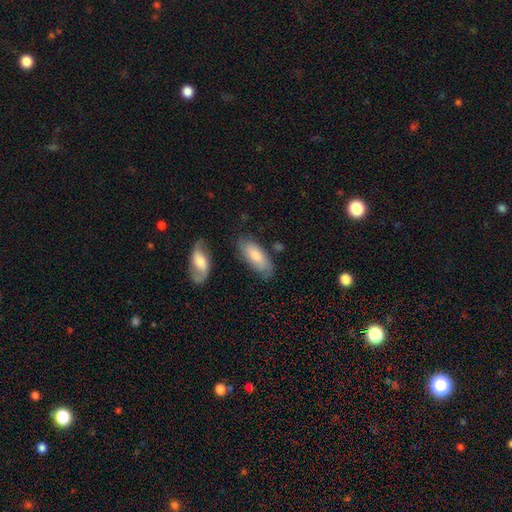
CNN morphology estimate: Smooth or featured: smooth — 71% (featured or disk — 23%)
How rounded: in between — 84% (cigar-shaped — 14%)
Merging: none — 68% (minor disturbance — 21%)